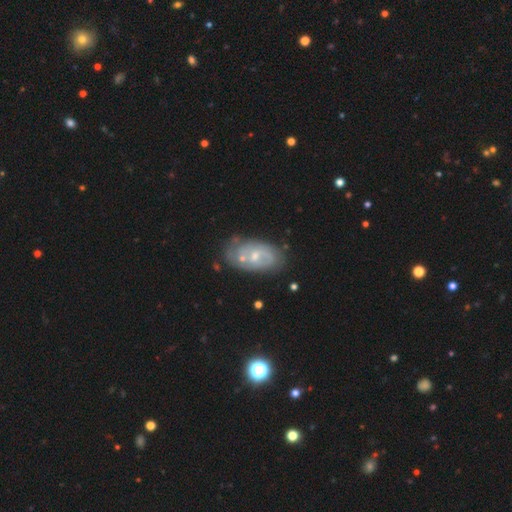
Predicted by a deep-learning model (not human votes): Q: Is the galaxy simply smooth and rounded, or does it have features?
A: featured or disk — 71%.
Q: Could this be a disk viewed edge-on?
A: no — 96%.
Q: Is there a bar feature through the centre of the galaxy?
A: no — 55%.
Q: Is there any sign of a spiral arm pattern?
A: yes — 76%.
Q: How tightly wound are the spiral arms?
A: medium — 40%.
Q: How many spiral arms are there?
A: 2 — 57%.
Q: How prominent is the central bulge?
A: small — 57%.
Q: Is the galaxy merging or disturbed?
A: none — 58%.